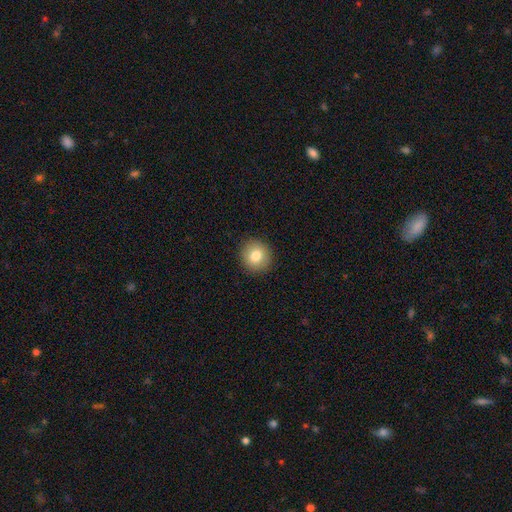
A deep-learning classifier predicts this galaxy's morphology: A smooth galaxy with no disk features (80%) that is round (92%). Merging: none (92%).